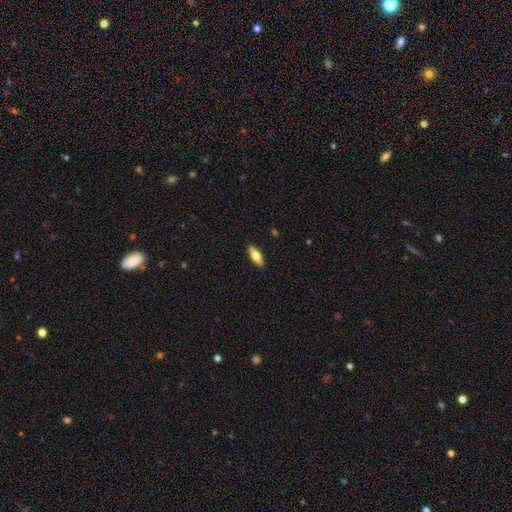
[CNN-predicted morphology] Smooth or featured? smooth (70%)
How rounded? in between (73%)
Merging? none (90%)